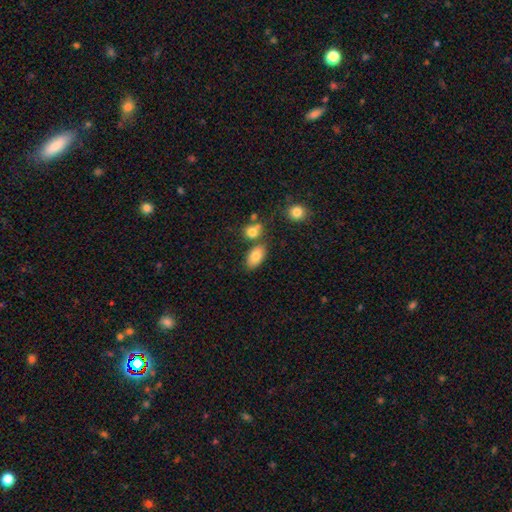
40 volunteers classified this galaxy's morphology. smooth_or_featured: smooth (p=0.82) [alt: star or artifact p=0.10]
how_rounded: in between (p=0.82) [alt: round p=0.15]
merging: none (p=0.69) [alt: merger p=0.14]